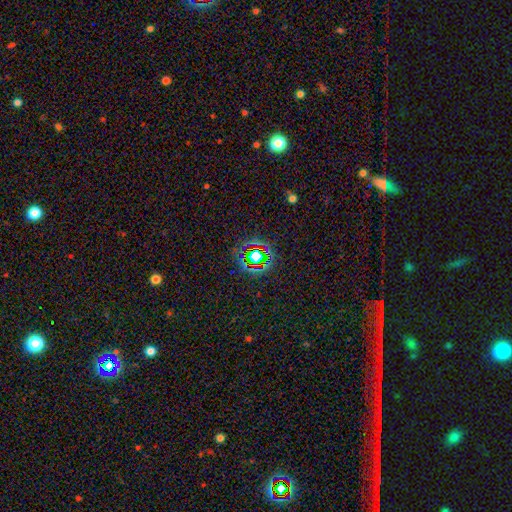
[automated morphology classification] This is likely a star or artifact rather than a galaxy (66%).